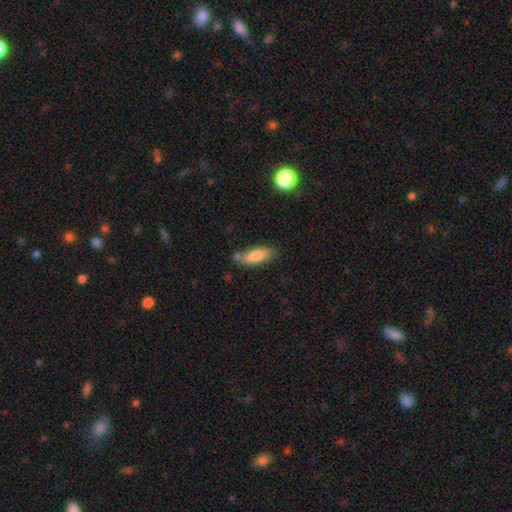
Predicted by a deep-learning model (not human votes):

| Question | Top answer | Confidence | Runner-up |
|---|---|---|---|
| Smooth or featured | smooth | 80% | featured or disk (13%) |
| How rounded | in between | 68% | cigar-shaped (29%) |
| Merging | none | 68% | minor disturbance (18%) |